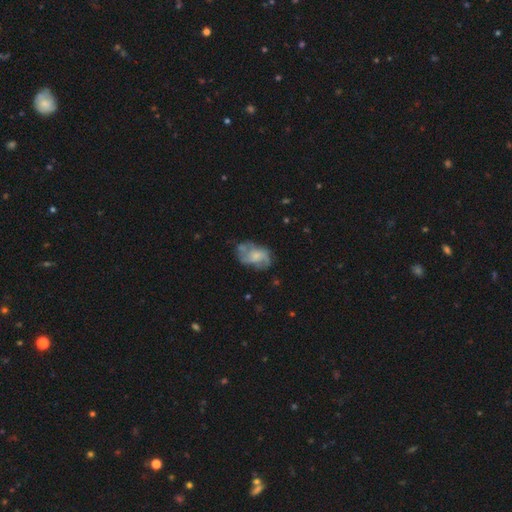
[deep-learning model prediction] Smooth or featured? featured or disk (62%)
Edge-on disk? no (97%)
Bar? no (70%)
Spiral arms? yes (72%)
Bulge size? small (48%)
Merging? none (50%)